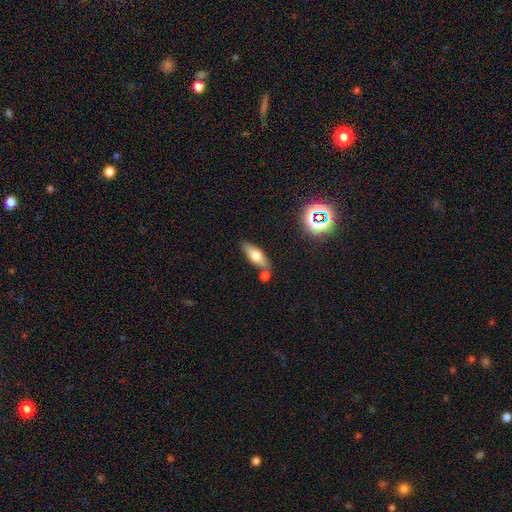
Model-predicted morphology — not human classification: This is possibly a smooth galaxy (55%). How rounded: possibly in between (58%). Merging: likely none (70%).